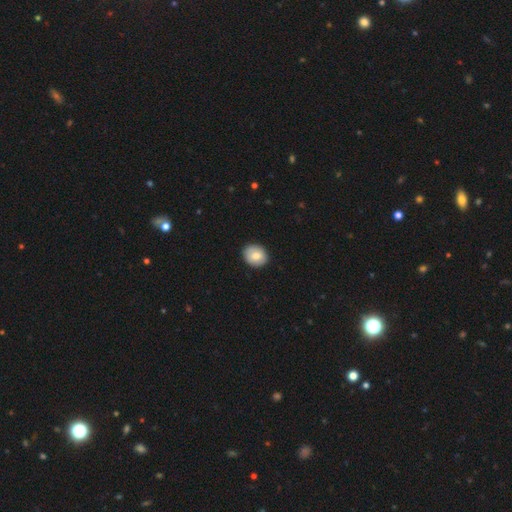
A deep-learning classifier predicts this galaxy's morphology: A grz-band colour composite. It shows a smooth galaxy with no disk features (76%) that is round (64%). Merging: none (88%).